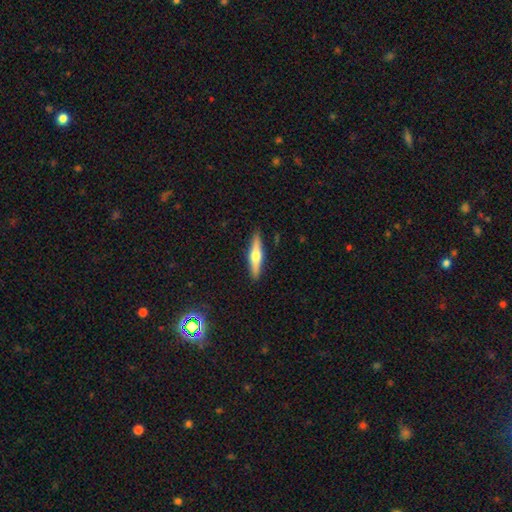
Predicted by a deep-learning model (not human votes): Q: Smooth or featured?
A: featured or disk (58%); runner-up: smooth (37%)
Q: Edge-on disk?
A: yes (96%); runner-up: no (4%)
Q: Edge-on bulge?
A: rounded (94%); runner-up: boxy (3%)
Q: Merging?
A: none (91%); runner-up: minor disturbance (7%)